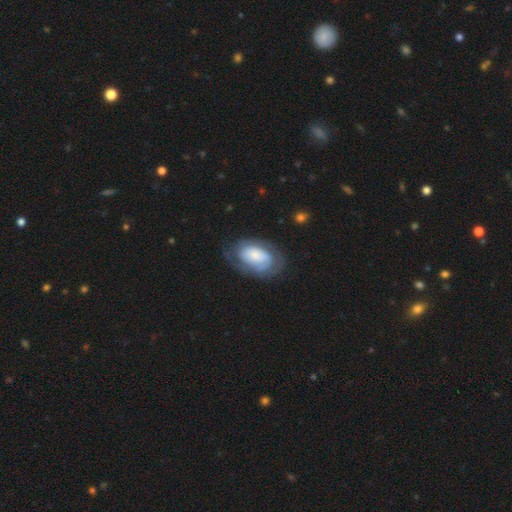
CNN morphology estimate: Smooth or featured?
  - featured or disk: 58% *
  - smooth: 36%
  - star or artifact: 6%
Edge-on disk?
  - no: 96% *
  - yes: 4%
Bar?
  - no: 77% *
  - weak: 18%
  - strong: 5%
Spiral arms?
  - yes: 78% *
  - no: 22%
Bulge size?
  - small: 38% *
  - large: 25%
  - moderate: 19%
  - none: 10%
  - dominant: 8%
Merging?
  - none: 62% *
  - minor disturbance: 22%
  - major disturbance: 14%
  - merger: 2%